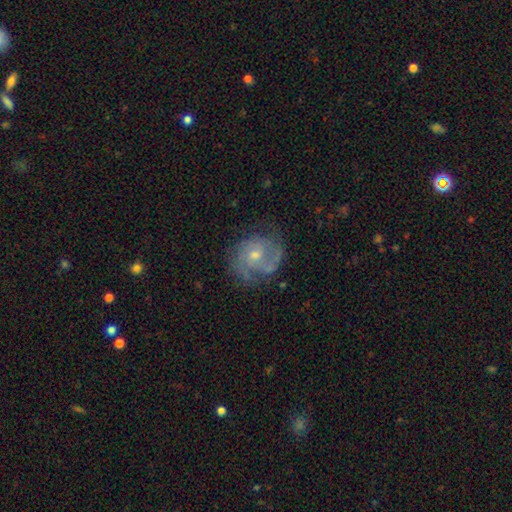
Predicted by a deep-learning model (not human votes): A featured or disk galaxy (76%) with no bar (68%), 2 (40%) medium (43%) spiral arms (91%) and a small central bulge (55%). Merging: none (66%).